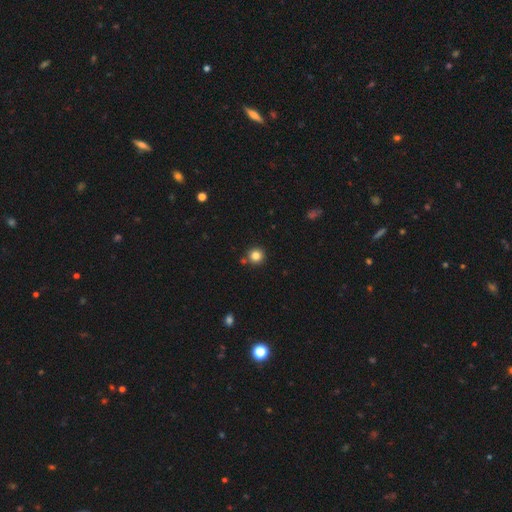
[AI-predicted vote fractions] Morphology: type=smooth (83%); roundness=round (95%); merging=none (84%).